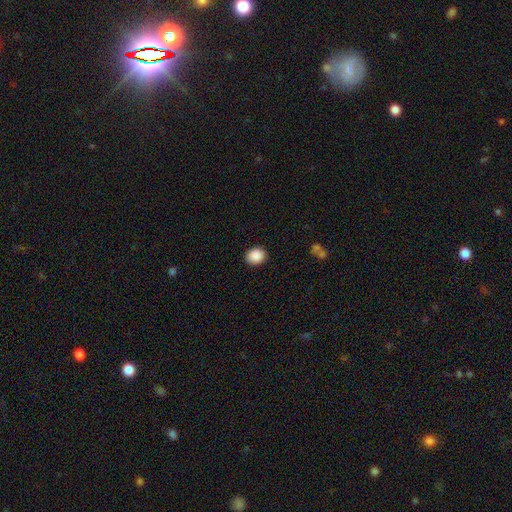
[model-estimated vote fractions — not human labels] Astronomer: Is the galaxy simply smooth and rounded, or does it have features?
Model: smooth — 89%.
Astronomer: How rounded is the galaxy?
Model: round — 62%.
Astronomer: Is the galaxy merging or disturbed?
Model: none — 90%.